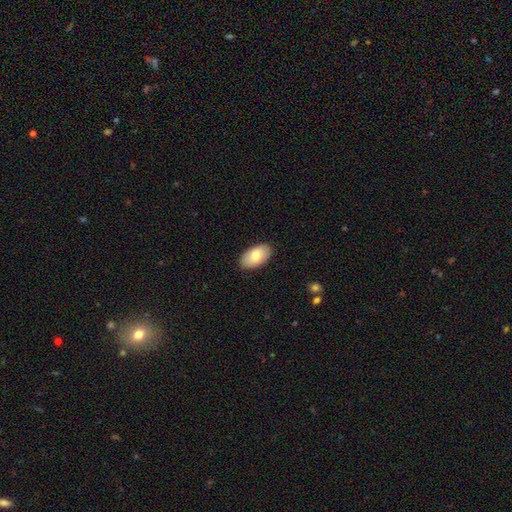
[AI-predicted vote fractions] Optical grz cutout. It shows a smooth galaxy with no disk features (77%) that is in between round and cigar-shaped (95%). Merging: none (88%).